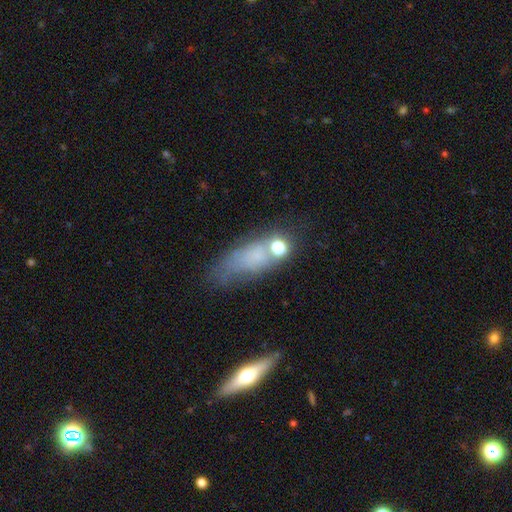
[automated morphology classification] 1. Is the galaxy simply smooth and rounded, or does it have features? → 54% smooth, 29% featured or disk, 17% star or artifact.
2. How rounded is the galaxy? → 65% in between, 23% cigar-shaped, 12% round.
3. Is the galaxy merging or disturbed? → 43% none, 26% minor disturbance, 19% major disturbance, 12% merger.